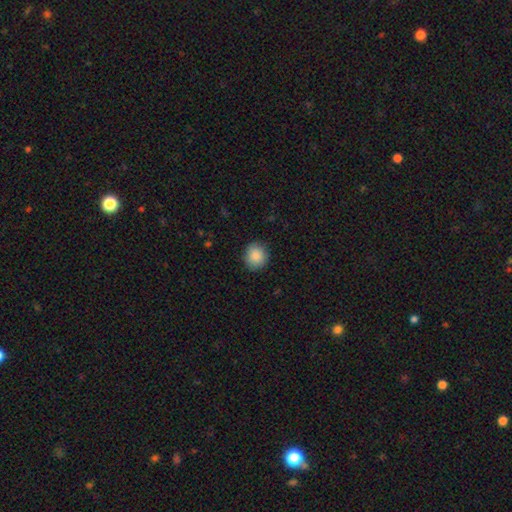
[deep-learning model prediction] A smooth galaxy with no disk features (88%) that is round (85%). Merging: none (90%).